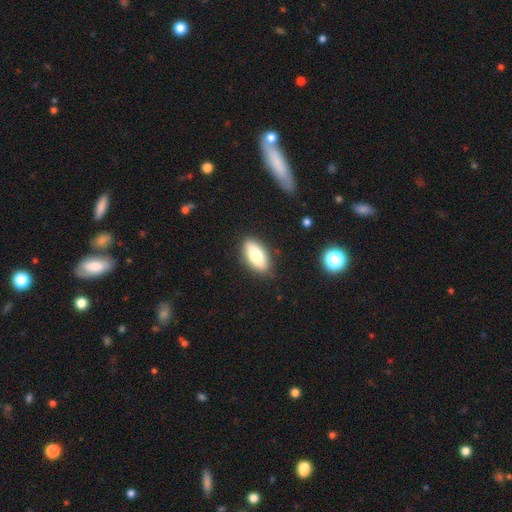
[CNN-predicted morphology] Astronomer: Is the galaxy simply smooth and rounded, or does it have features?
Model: smooth — 76%.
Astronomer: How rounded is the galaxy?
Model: in between — 89%.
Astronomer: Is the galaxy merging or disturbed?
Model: none — 86%.